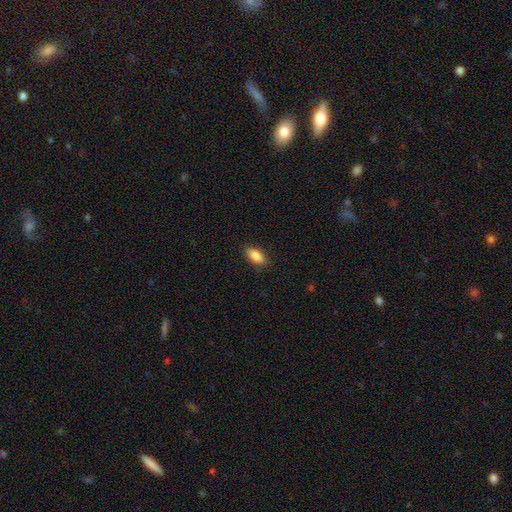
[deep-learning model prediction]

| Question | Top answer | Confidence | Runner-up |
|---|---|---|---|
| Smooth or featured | smooth | 87% | star or artifact (7%) |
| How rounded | in between | 87% | cigar-shaped (9%) |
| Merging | none | 86% | minor disturbance (10%) |